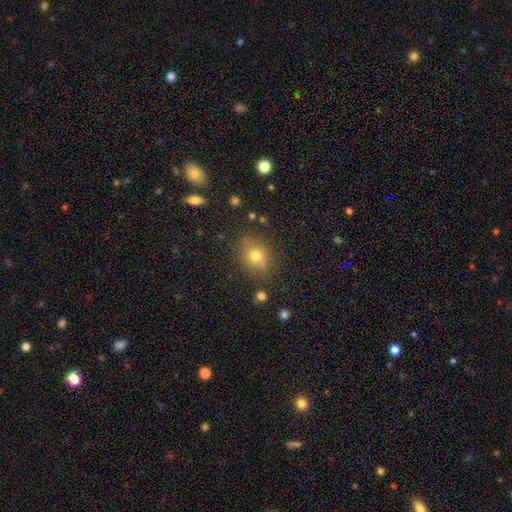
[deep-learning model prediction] This appears to be a smooth galaxy with no disk features (70%) that is round (55%). Merging: none (79%).